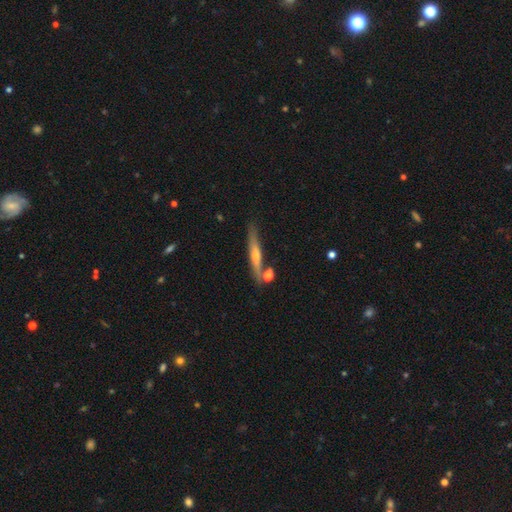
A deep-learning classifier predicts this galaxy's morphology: A featured or disk galaxy (61%) viewed edge-on (94%) with a rounded central bulge (80%). Merging: none (77%).